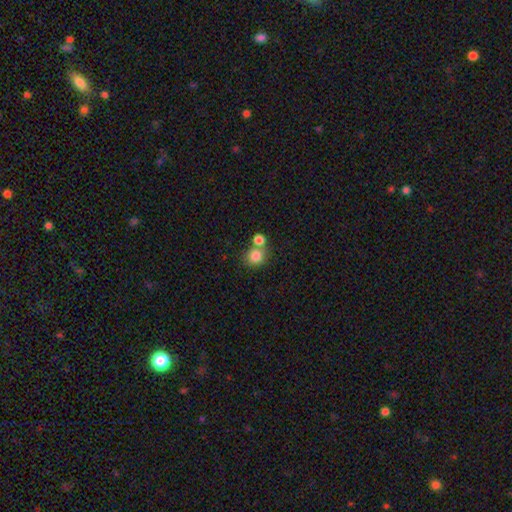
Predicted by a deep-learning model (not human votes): A smooth galaxy with no disk features (82%) that is round (81%). Merging: none (53%).